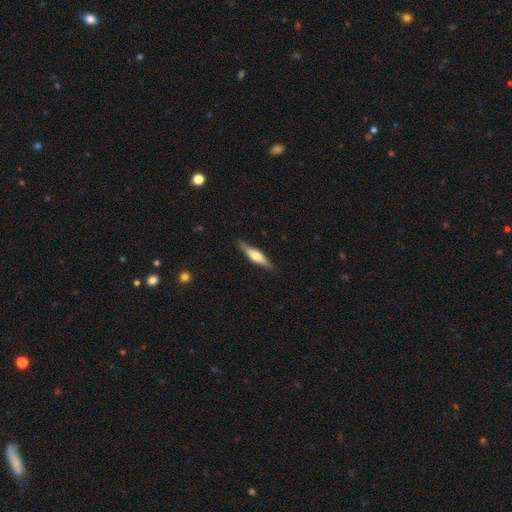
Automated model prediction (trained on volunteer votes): Overall: featured or disk (52%; smooth 42%). Edge-on disk: yes (94%). Merging: none (87%).